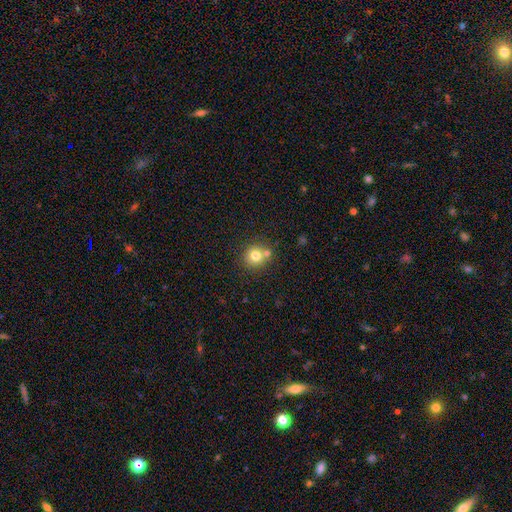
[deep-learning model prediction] Smooth or featured? Predicted: smooth (p=0.78). How rounded? Predicted: round (p=0.88). Merging? Predicted: none (p=0.64).